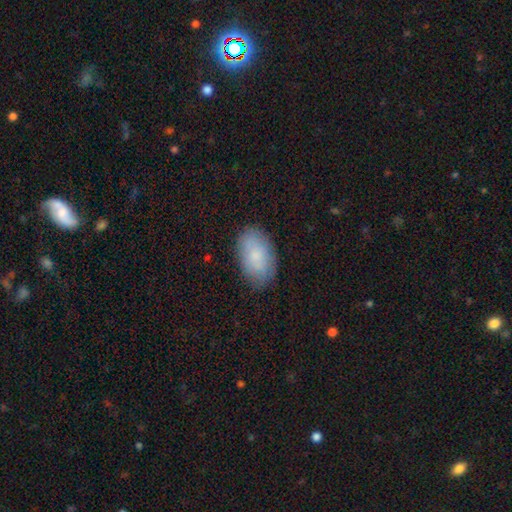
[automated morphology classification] The model was most divided on "smooth or featured": smooth: 80%, featured or disk: 13%, star or artifact: 7%. More confident: how rounded — in between (94%); merging — none (82%).